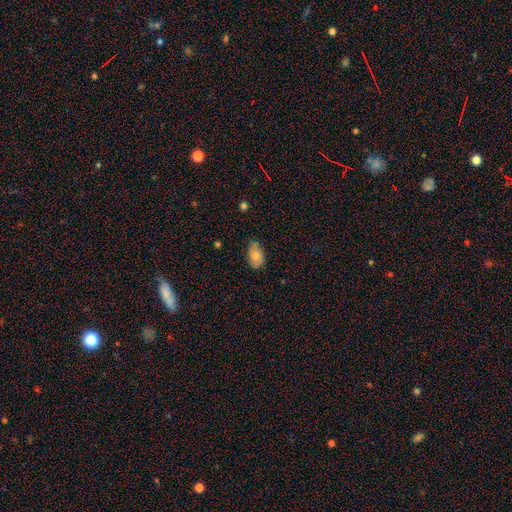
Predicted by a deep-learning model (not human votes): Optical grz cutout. It shows a smooth galaxy with no disk features (76%) that is in between round and cigar-shaped (93%). Merging: none (77%).